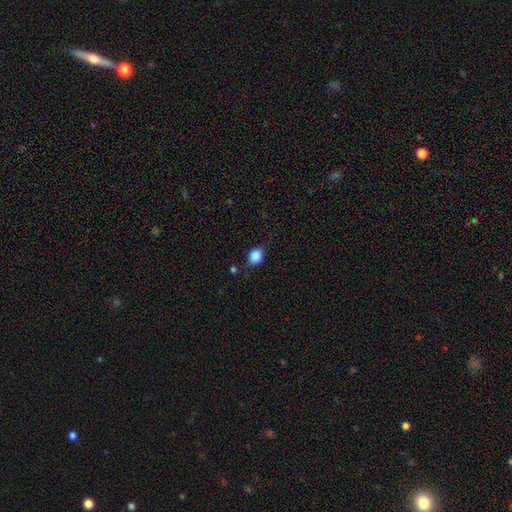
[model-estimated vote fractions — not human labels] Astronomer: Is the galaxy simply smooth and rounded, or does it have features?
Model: smooth — 86%.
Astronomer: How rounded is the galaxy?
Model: round — 78%.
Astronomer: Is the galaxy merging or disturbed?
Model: none — 77%.